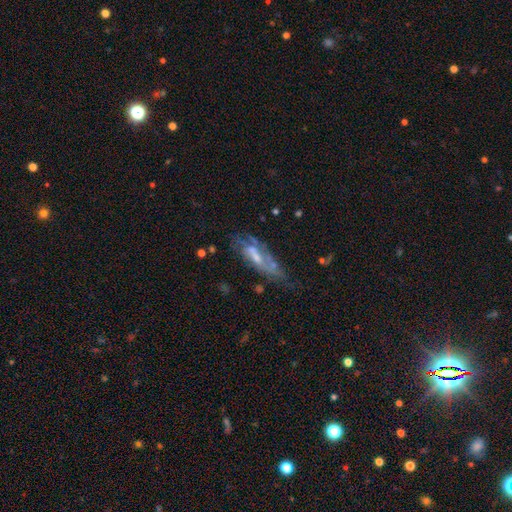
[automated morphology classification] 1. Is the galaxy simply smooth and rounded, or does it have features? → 65% featured or disk, 26% smooth, 9% star or artifact.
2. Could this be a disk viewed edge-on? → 78% no, 22% yes.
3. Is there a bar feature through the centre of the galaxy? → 45% no, 40% weak, 15% strong.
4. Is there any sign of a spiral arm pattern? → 60% yes, 40% no.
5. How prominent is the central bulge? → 40% moderate, 38% small, 16% none, 5% large, 1% dominant.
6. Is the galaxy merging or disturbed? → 44% none, 26% minor disturbance, 22% major disturbance, 8% merger.